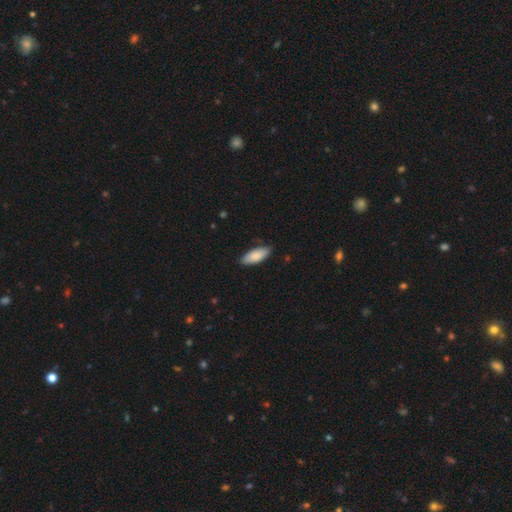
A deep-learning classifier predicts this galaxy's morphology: smooth-or-featured: smooth: 85% | featured or disk: 9% | star or artifact: 5%
  how-rounded: in between: 81% | cigar-shaped: 18% | round: 2%
  merging: none: 82% | minor disturbance: 15% | major disturbance: 2% | merger: 1%